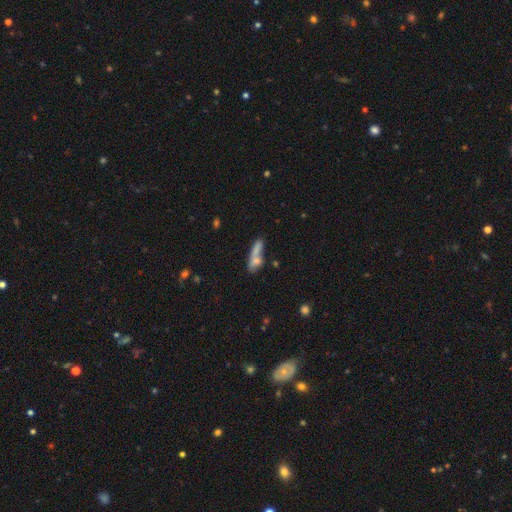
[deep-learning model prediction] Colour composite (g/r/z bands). It shows a smooth galaxy with no disk features (65%) that is cigar-shaped (62%). Merging: none (42%).